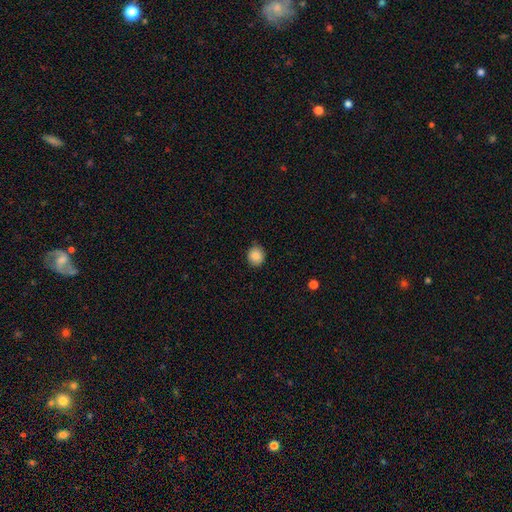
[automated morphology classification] type=smooth (86%); roundness=round (84%); merging=none (86%).